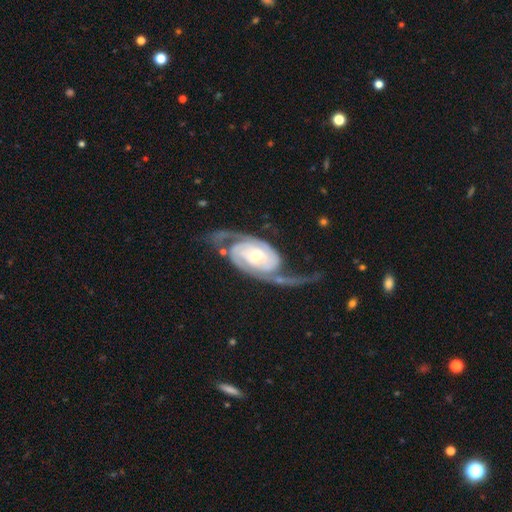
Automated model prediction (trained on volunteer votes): Smooth or featured: featured or disk — 92% (smooth — 4%)
Edge-on disk: no — 97% (yes — 3%)
Bar: weak — 40% (no — 39%)
Spiral arms: yes — 98% (no — 2%)
Spiral winding: tight — 45% (medium — 38%)
Spiral arm count: 2 — 86% (3 — 4%)
Bulge size: moderate — 60% (small — 30%)
Merging: none — 55% (major disturbance — 24%)